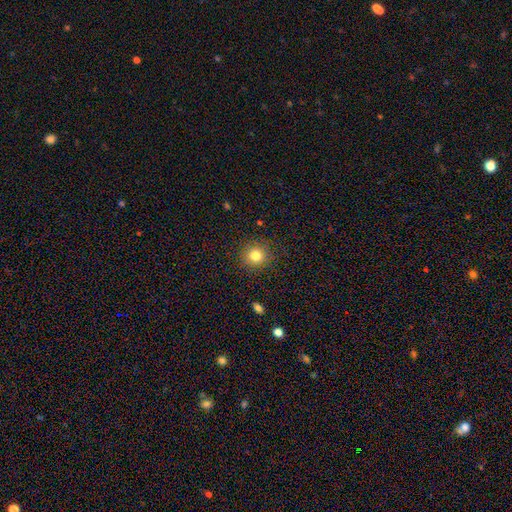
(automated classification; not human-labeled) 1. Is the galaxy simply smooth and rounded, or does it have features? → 82% smooth, 12% star or artifact, 7% featured or disk.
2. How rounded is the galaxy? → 89% round, 10% in between, 1% cigar-shaped.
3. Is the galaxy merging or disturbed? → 89% none, 7% minor disturbance, 3% major disturbance, 1% merger.